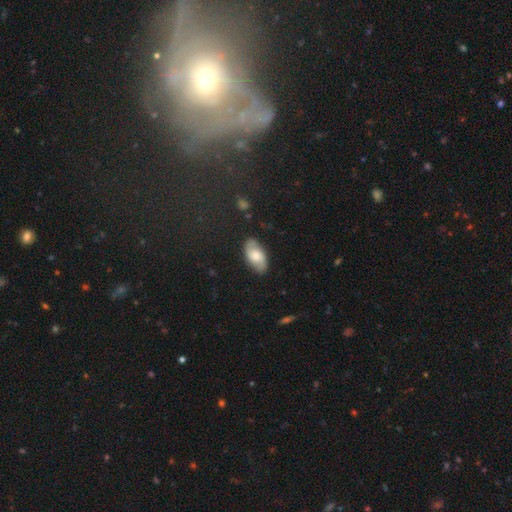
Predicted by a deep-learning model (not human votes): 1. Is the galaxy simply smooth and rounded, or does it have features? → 49% smooth, 44% featured or disk, 7% star or artifact.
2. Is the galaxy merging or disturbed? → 82% none, 14% minor disturbance, 3% major disturbance, 1% merger.